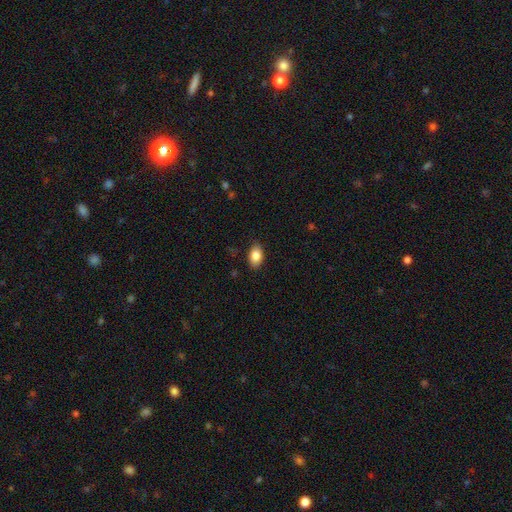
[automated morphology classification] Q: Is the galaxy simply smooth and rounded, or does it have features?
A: smooth — 86%.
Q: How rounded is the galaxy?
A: in between — 89%.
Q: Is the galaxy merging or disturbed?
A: none — 87%.